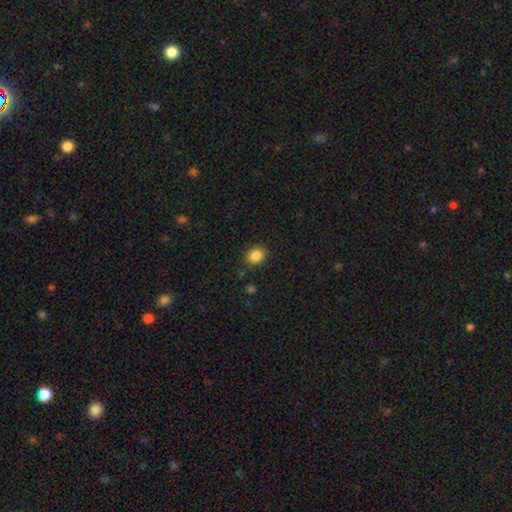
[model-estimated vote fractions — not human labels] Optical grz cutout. It shows a smooth galaxy with no disk features (86%) that is round (57%). Merging: none (87%).